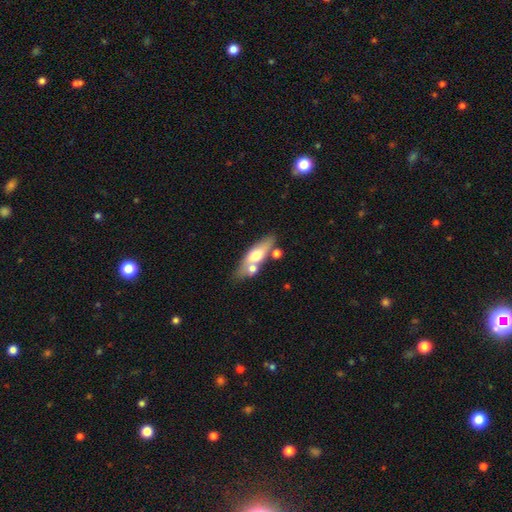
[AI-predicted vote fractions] Smooth or featured? Predicted: smooth (p=0.54). How rounded? Predicted: in between (p=0.48, tied with cigar-shaped). Merging? Predicted: none (p=0.62).